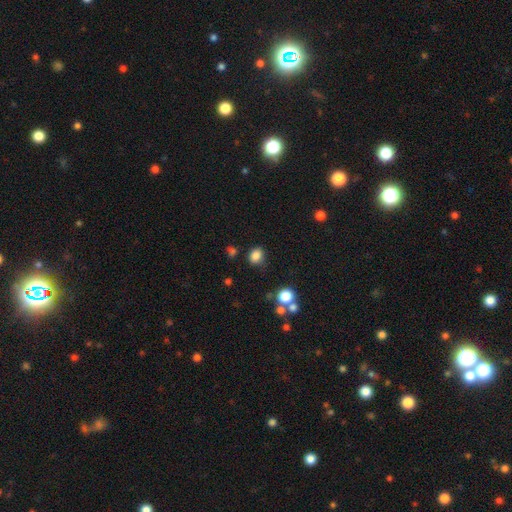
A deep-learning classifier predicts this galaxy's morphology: Smooth or featured? Predicted: smooth (p=0.83). How rounded? Predicted: round (p=0.53). Merging? Predicted: none (p=0.77).